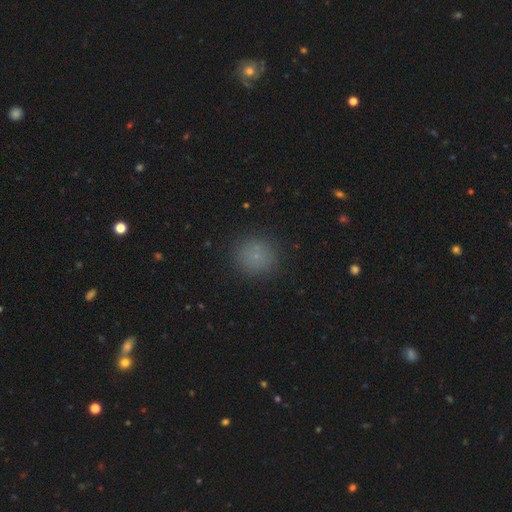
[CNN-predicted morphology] smooth-or-featured: smooth: 75% | star or artifact: 17% | featured or disk: 7%
  how-rounded: round: 94% | in between: 5% | cigar-shaped: 1%
  merging: none: 88% | minor disturbance: 8% | major disturbance: 3% | merger: 2%